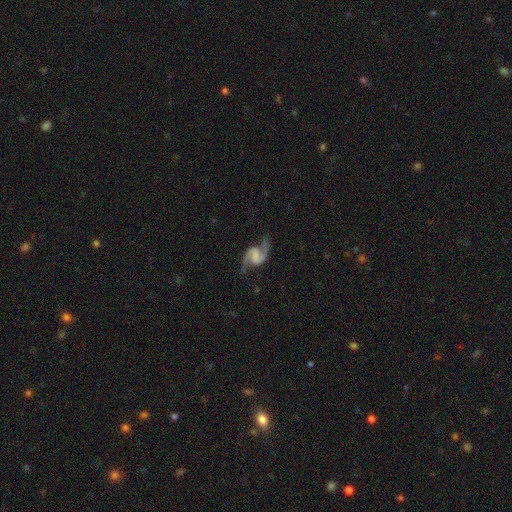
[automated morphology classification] Smooth or featured? featured or disk (92%)
Edge-on disk? no (98%)
Bar? weak (44%)
Spiral arms? yes (98%)
Spiral winding? medium (46%)
Spiral arm count? 2 (95%)
Bulge size? none (59%)
Merging? none (79%)